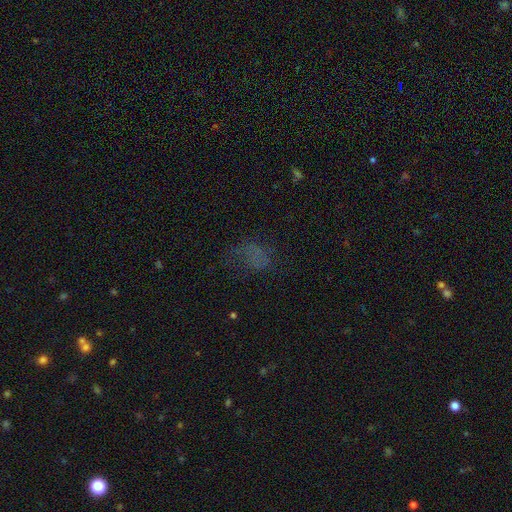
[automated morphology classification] A smooth galaxy with no disk features (50%). Merging: none (46%).